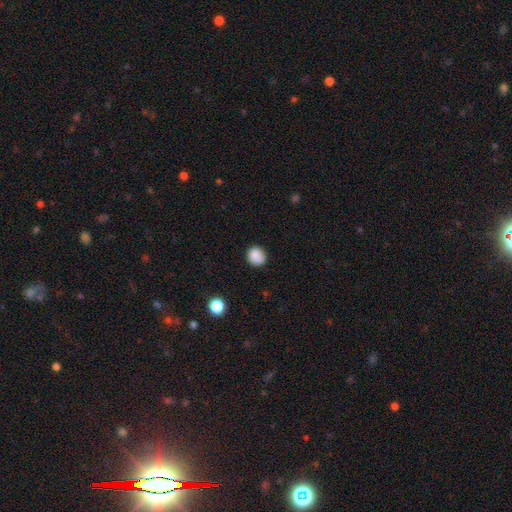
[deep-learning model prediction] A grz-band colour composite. It shows a smooth galaxy with no disk features (84%) that is round (84%). Merging: none (76%).